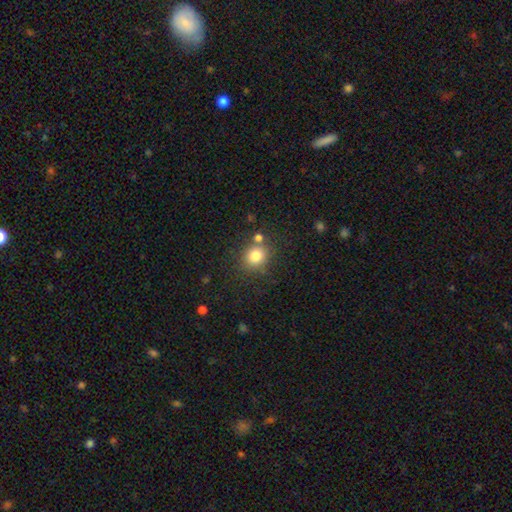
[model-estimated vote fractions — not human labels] Smooth or featured?
  - smooth: 80% *
  - star or artifact: 12%
  - featured or disk: 8%
How rounded?
  - round: 80% *
  - in between: 19%
  - cigar-shaped: 1%
Merging?
  - none: 73% *
  - merger: 12%
  - minor disturbance: 11%
  - major disturbance: 4%